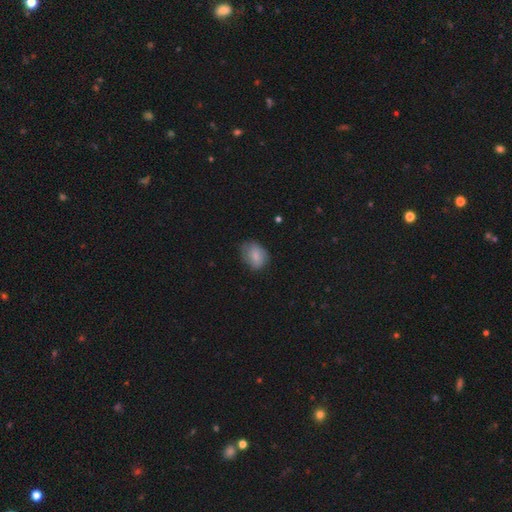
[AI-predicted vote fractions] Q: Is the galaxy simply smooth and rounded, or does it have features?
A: smooth — 78%.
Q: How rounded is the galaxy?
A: in between — 65%.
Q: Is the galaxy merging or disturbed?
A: none — 66%.